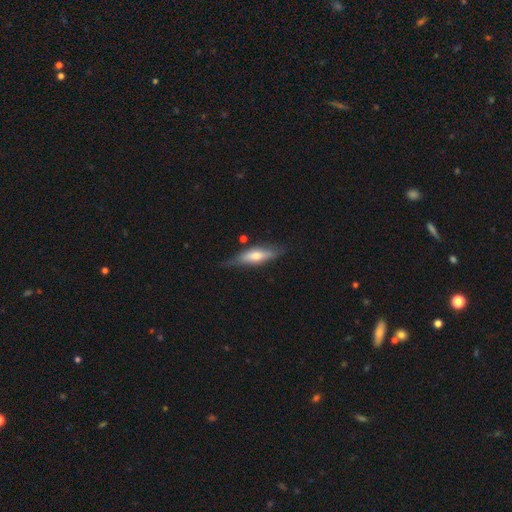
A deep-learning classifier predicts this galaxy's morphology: Smooth or featured?
  - smooth: 47% * (tied)
  - featured or disk: 47% * (tied)
  - star or artifact: 6%
Merging?
  - none: 71% *
  - minor disturbance: 21%
  - major disturbance: 5%
  - merger: 3%